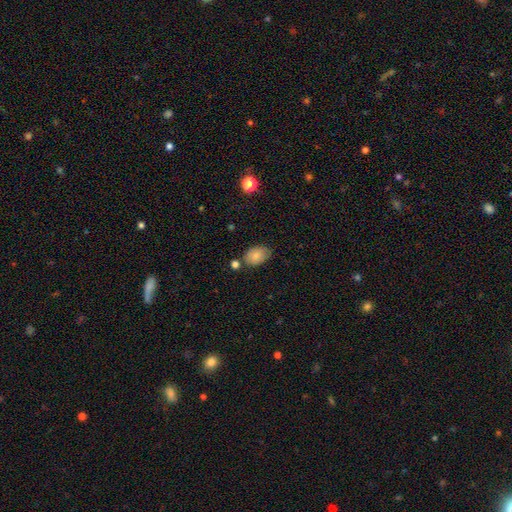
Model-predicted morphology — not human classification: Smooth or featured? smooth (81%)
How rounded? in between (86%)
Merging? none (70%)